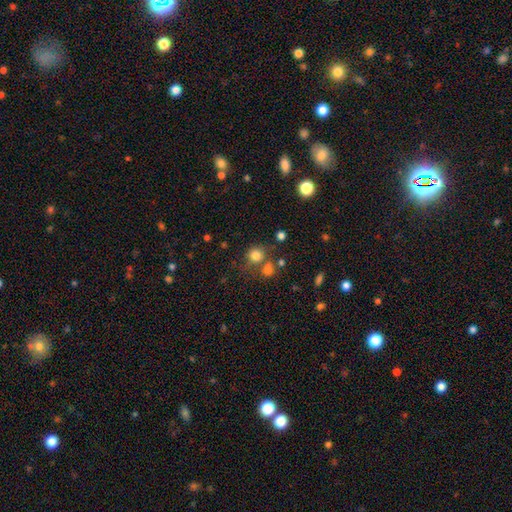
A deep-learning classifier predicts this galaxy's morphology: This is likely a smooth galaxy (78%). How rounded: clearly round (87%). Merging: likely none (63%).